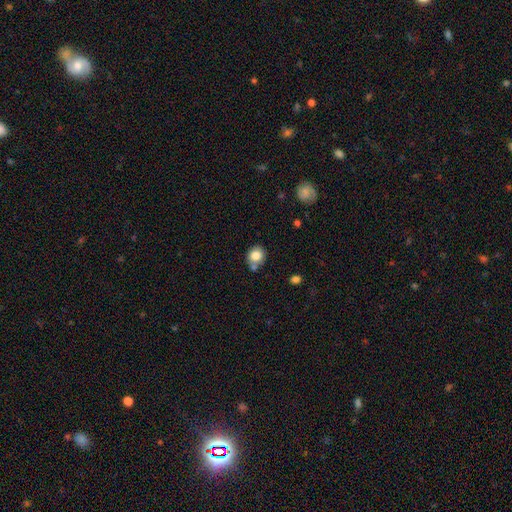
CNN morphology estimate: Smooth or featured: smooth — 82% (star or artifact — 10%)
How rounded: round — 79% (in between — 20%)
Merging: none — 66% (merger — 15%)